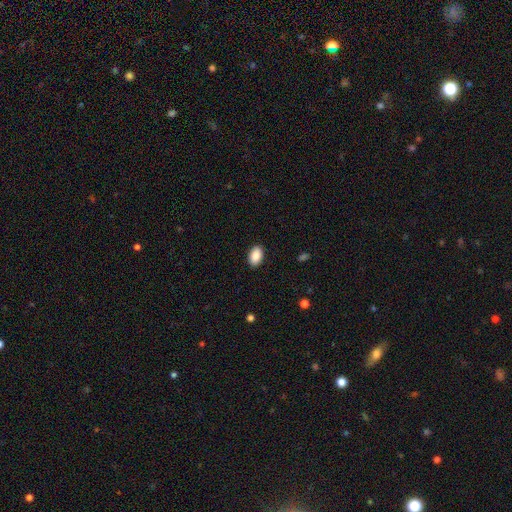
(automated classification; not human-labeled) Smooth or featured: smooth — 89% (star or artifact — 7%)
How rounded: in between — 92% (round — 7%)
Merging: none — 90% (minor disturbance — 8%)